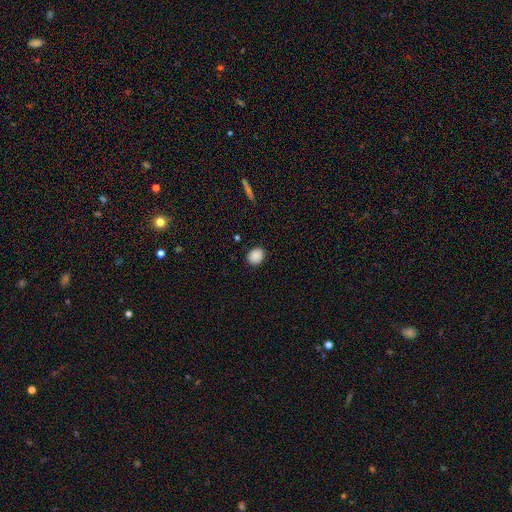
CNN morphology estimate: Smooth or featured? Predicted: smooth (p=0.89). How rounded? Predicted: round (p=0.66). Merging? Predicted: none (p=0.89).